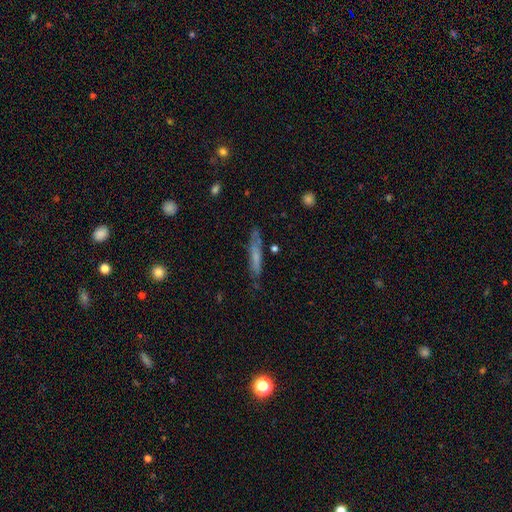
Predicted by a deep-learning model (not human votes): A smooth galaxy with no disk features (56%) that is cigar-shaped (91%). Merging: none (76%).